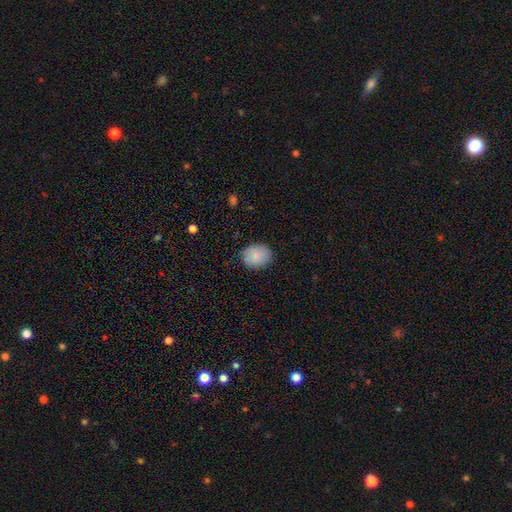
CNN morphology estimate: Smooth or featured?
  - smooth: 86% *
  - star or artifact: 7%
  - featured or disk: 7%
How rounded?
  - round: 54% *
  - in between: 46%
  - cigar-shaped: 1%
Merging?
  - none: 84% *
  - minor disturbance: 13%
  - major disturbance: 3%
  - merger: 1%